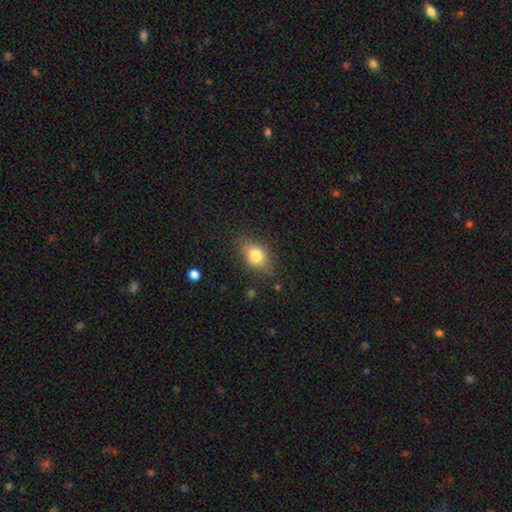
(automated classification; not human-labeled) This appears to be a smooth galaxy with no disk features (77%) that is in between round and cigar-shaped (70%). Merging: none (76%).